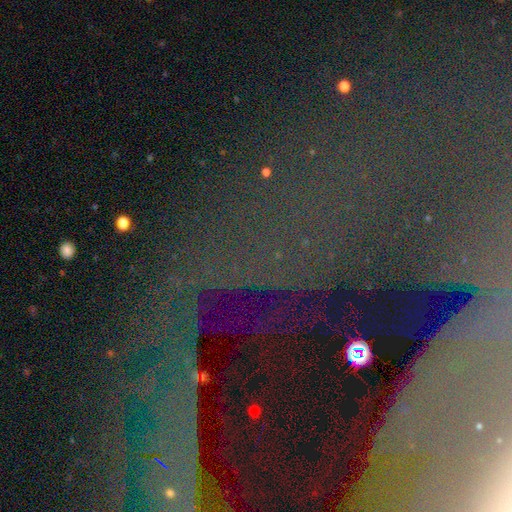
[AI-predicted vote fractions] A star or artifact, not a galaxy (75%).

Vote fractions:
- Smooth or featured? star or artifact: 75% / featured or disk: 15% / smooth: 11%